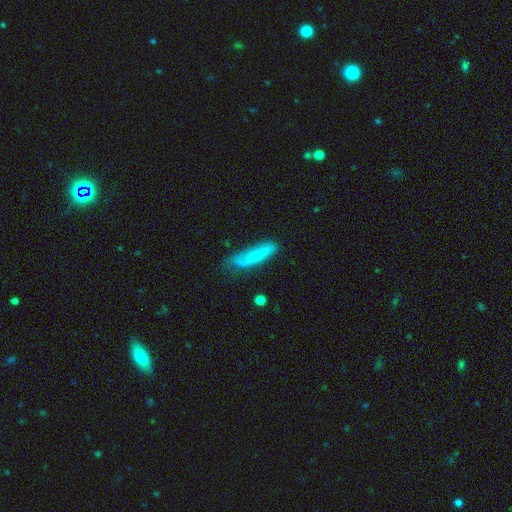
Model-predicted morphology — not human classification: A smooth galaxy with no disk features (60%) that is cigar-shaped (77%). Merging: none (56%).